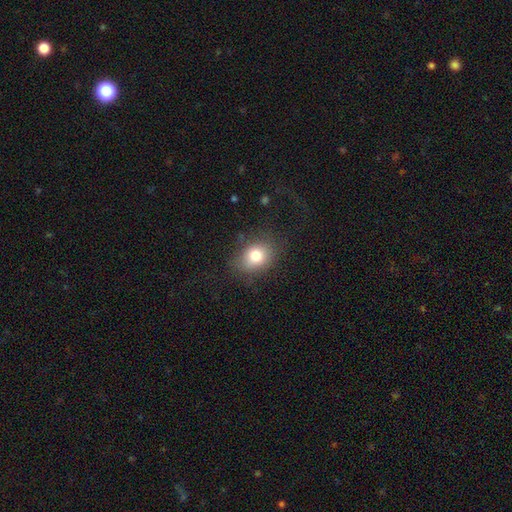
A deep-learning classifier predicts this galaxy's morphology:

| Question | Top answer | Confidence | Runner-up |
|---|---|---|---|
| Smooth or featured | smooth | 78% | featured or disk (11%) |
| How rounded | in between | 55% | round (44%) |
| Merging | none | 76% | minor disturbance (16%) |